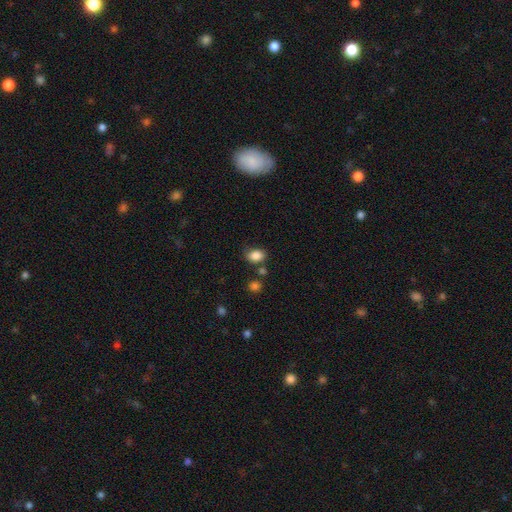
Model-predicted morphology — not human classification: This is clearly a smooth galaxy (86%). How rounded: likely in between (70%). Merging: likely none (69%).